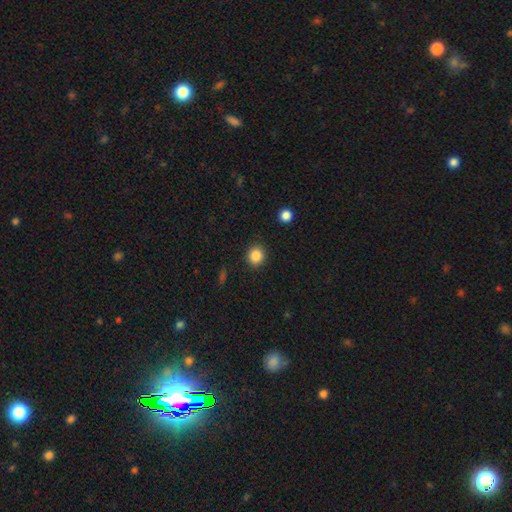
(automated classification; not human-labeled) A smooth galaxy with no disk features (86%) that is round (83%).

Vote fractions:
- Smooth or featured? smooth: 86% / star or artifact: 10% / featured or disk: 4%
- How rounded? round: 83% / in between: 16% / cigar-shaped: 1%
- Merging? none: 89% / minor disturbance: 7% / major disturbance: 2% / merger: 1%